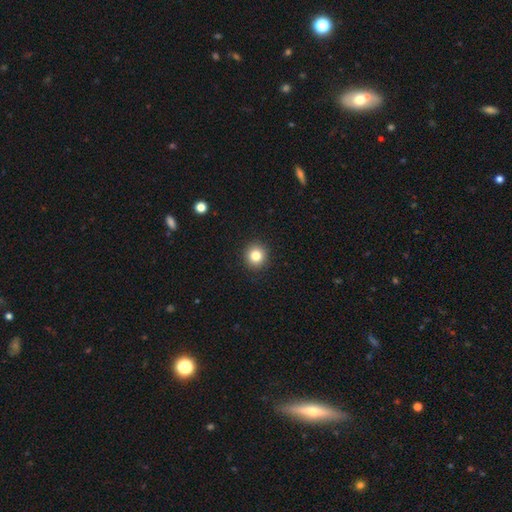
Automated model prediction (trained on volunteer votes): Smooth or featured: smooth — 83% (star or artifact — 11%)
How rounded: round — 91% (in between — 8%)
Merging: none — 92% (minor disturbance — 5%)